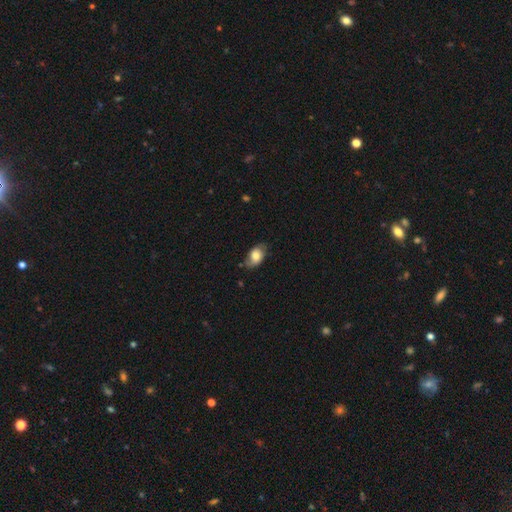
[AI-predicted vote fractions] A smooth galaxy with no disk features (74%) that is in between round and cigar-shaped (86%).

Vote fractions:
- Smooth or featured? smooth: 74% / featured or disk: 19% / star or artifact: 7%
- How rounded? in between: 86% / round: 12% / cigar-shaped: 2%
- Merging? none: 65% / minor disturbance: 27% / major disturbance: 6% / merger: 2%